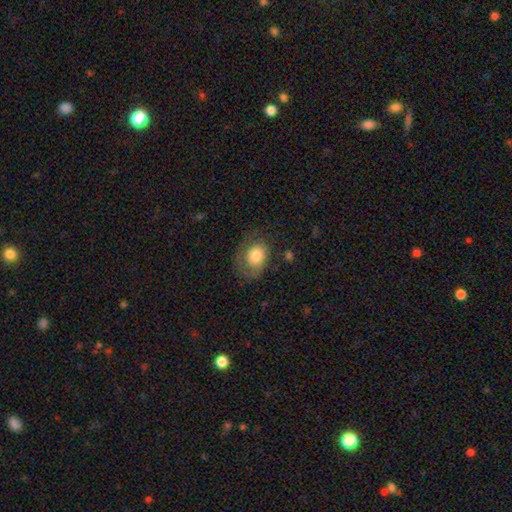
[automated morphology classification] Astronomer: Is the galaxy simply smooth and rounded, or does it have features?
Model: smooth — 69%.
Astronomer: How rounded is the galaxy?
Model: in between — 61% (runner-up: round, 38%).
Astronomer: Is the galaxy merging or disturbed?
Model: none — 54%.